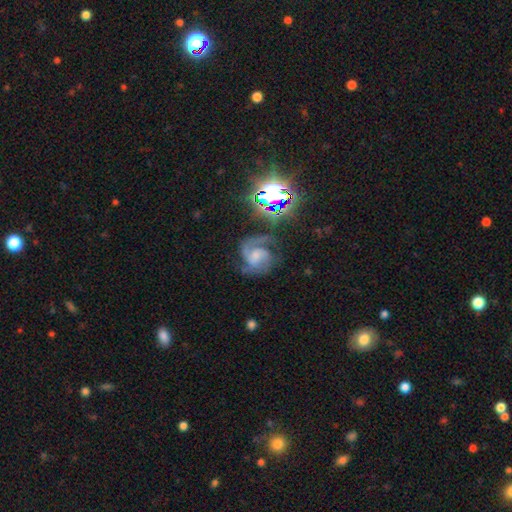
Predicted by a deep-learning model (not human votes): Smooth or featured? Predicted: featured or disk (p=0.80). Edge-on disk? Predicted: no (p=0.98). Bar? Predicted: no (p=0.53). Spiral arms? Predicted: yes (p=0.97). Spiral winding? Predicted: medium (p=0.54). Spiral arm count? Predicted: 2 (p=0.58). Bulge size? Predicted: small (p=0.32). Merging? Predicted: none (p=0.58).